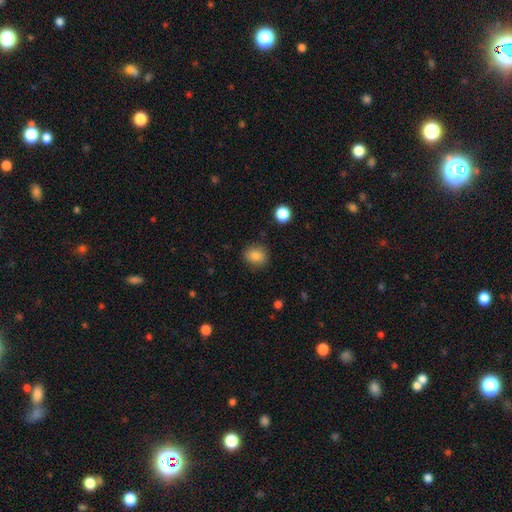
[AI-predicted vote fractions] Smooth or featured?
  - smooth: 84% *
  - star or artifact: 10%
  - featured or disk: 6%
How rounded?
  - round: 68% *
  - in between: 31%
  - cigar-shaped: 1%
Merging?
  - none: 85% *
  - minor disturbance: 10%
  - major disturbance: 3%
  - merger: 2%